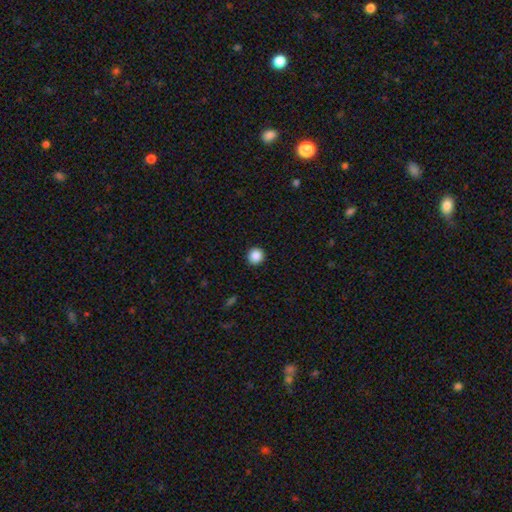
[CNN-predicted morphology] Smooth or featured: smooth — 88% (star or artifact — 9%)
How rounded: round — 94% (in between — 5%)
Merging: none — 93% (minor disturbance — 4%)